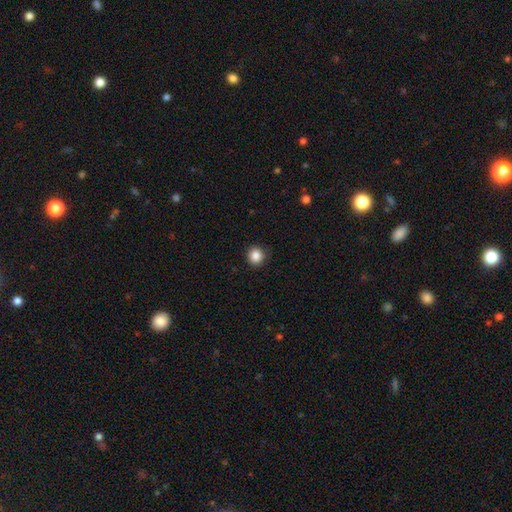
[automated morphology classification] smooth_or_featured: smooth (p=0.86) [alt: star or artifact p=0.10]
how_rounded: round (p=0.92) [alt: in between p=0.07]
merging: none (p=0.91) [alt: minor disturbance p=0.06]